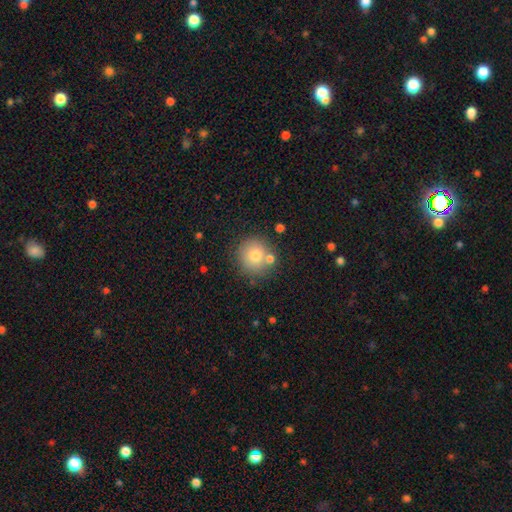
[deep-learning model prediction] Smooth or featured? smooth (73%)
How rounded? round (93%)
Merging? none (76%)